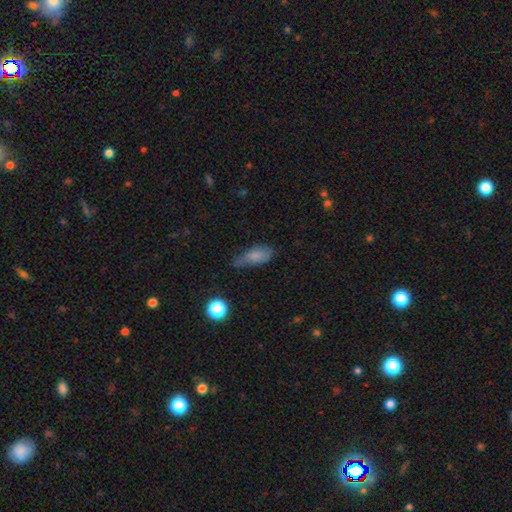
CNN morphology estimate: smooth_or_featured: smooth (p=0.76) [alt: featured or disk p=0.13]
how_rounded: in between (p=0.76) [alt: cigar-shaped p=0.19]
merging: none (p=0.42) [alt: minor disturbance p=0.39]